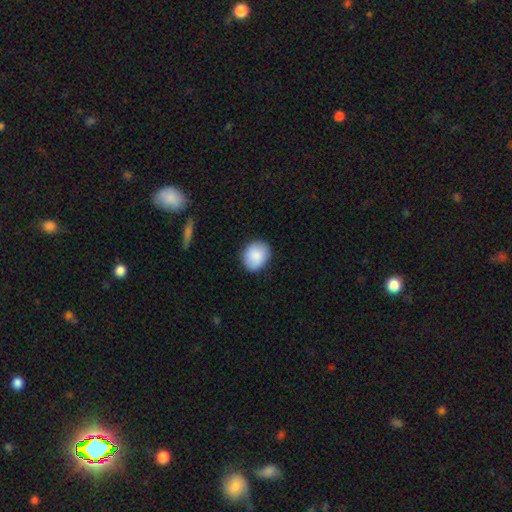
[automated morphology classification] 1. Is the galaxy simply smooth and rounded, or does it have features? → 86% smooth, 7% featured or disk, 7% star or artifact.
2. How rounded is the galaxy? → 64% round, 35% in between, 1% cigar-shaped.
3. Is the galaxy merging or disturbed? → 86% none, 11% minor disturbance, 2% major disturbance, 1% merger.